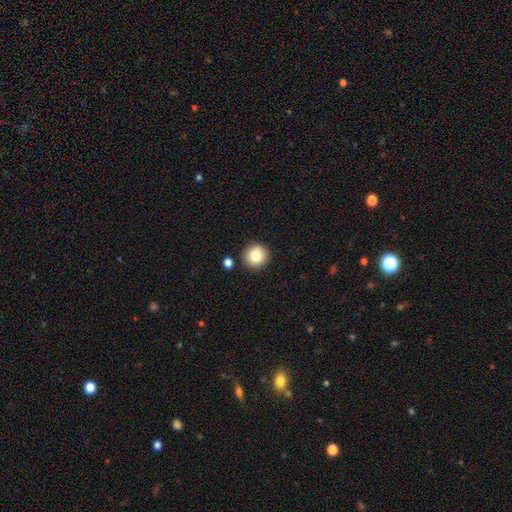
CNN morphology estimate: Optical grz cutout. It shows a smooth galaxy with no disk features (82%) that is round (94%). Merging: none (89%).